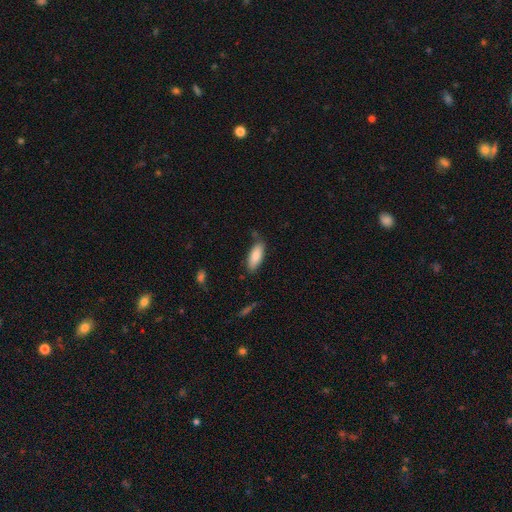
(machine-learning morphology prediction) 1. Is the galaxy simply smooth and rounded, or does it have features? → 85% smooth, 9% featured or disk, 6% star or artifact.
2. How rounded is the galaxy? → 73% in between, 26% cigar-shaped, 2% round.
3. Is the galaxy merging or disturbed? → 77% none, 17% minor disturbance, 3% major disturbance, 3% merger.